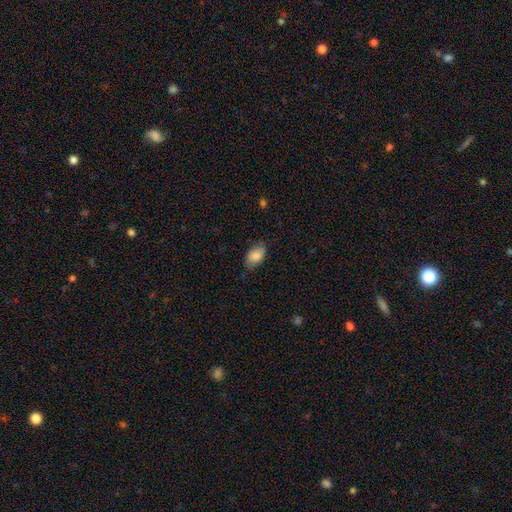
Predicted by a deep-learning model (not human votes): A smooth galaxy with no disk features (83%) that is in between round and cigar-shaped (91%). Merging: none (75%).